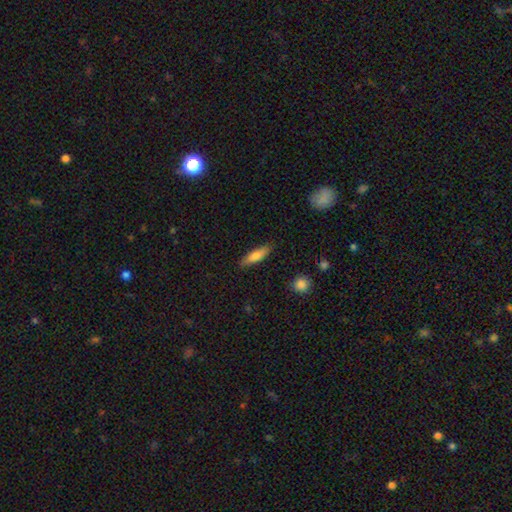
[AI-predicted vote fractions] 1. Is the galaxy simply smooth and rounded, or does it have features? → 75% smooth, 19% featured or disk, 6% star or artifact.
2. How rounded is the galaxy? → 66% cigar-shaped, 32% in between, 2% round.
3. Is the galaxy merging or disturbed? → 87% none, 9% minor disturbance, 2% major disturbance, 1% merger.